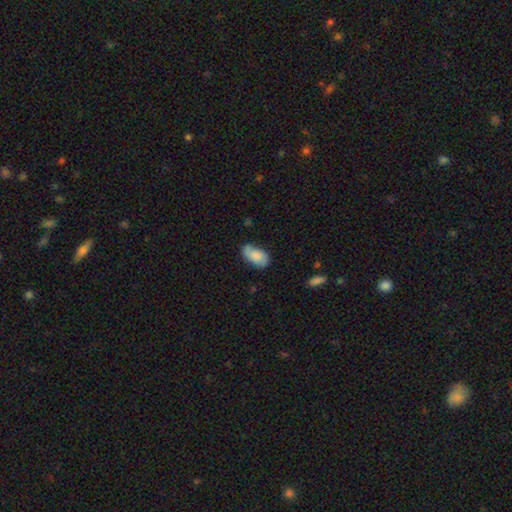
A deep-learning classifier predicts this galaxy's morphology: A smooth galaxy with no disk features (77%) that is in between round and cigar-shaped (93%). Merging: none (59%).